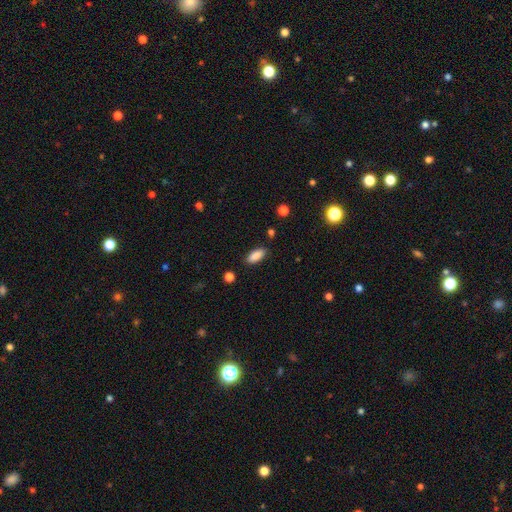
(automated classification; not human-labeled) A smooth galaxy with no disk features (88%) that is in between round and cigar-shaped (85%).

Vote fractions:
- Smooth or featured? smooth: 88% / star or artifact: 7% / featured or disk: 5%
- How rounded? in between: 85% / cigar-shaped: 13% / round: 2%
- Merging? none: 86% / minor disturbance: 10% / major disturbance: 2% / merger: 2%